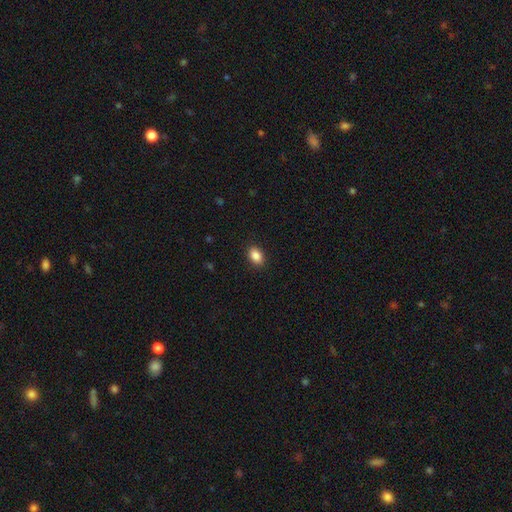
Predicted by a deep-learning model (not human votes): This appears to be a smooth galaxy with no disk features (88%) that is in between round and cigar-shaped (84%). Merging: none (90%).